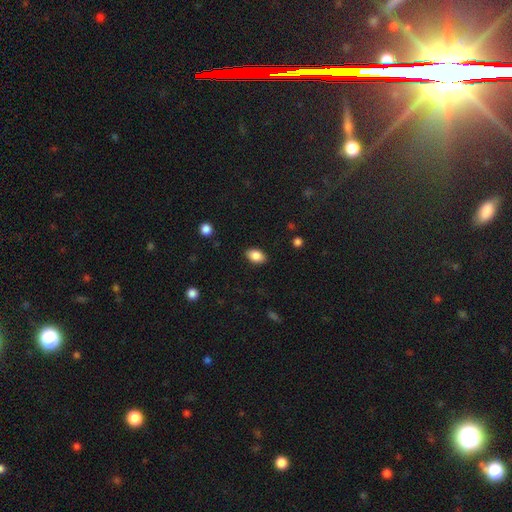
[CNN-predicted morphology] Smooth or featured? Predicted: smooth (p=0.87). How rounded? Predicted: in between (p=0.88). Merging? Predicted: none (p=0.87).